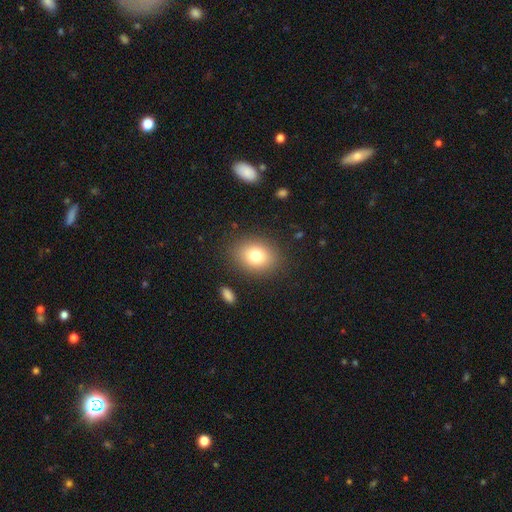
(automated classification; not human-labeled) Q: Smooth or featured?
A: smooth (79%); runner-up: star or artifact (11%)
Q: How rounded?
A: in between (60%); runner-up: round (38%)
Q: Merging?
A: none (86%); runner-up: minor disturbance (9%)